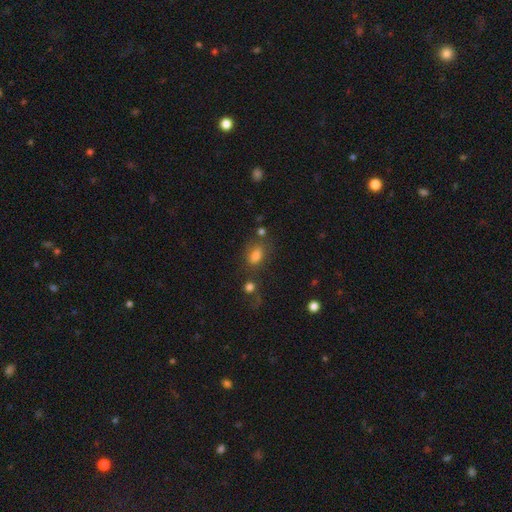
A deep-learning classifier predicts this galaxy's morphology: This appears to be a smooth galaxy with no disk features (78%) that is in between round and cigar-shaped (80%). Merging: none (56%).